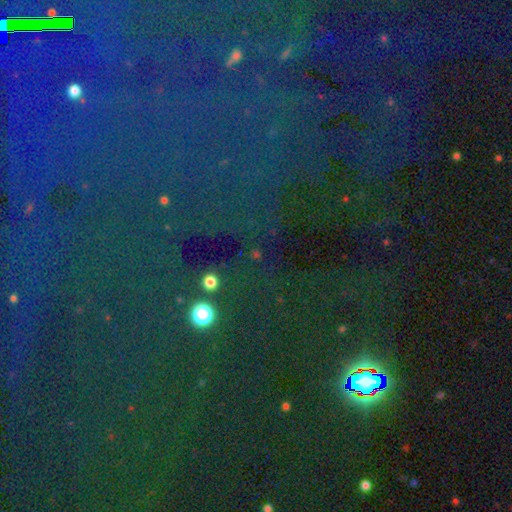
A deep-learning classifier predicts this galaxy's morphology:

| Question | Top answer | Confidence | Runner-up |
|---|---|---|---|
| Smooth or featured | star or artifact | 79% | smooth (13%) |